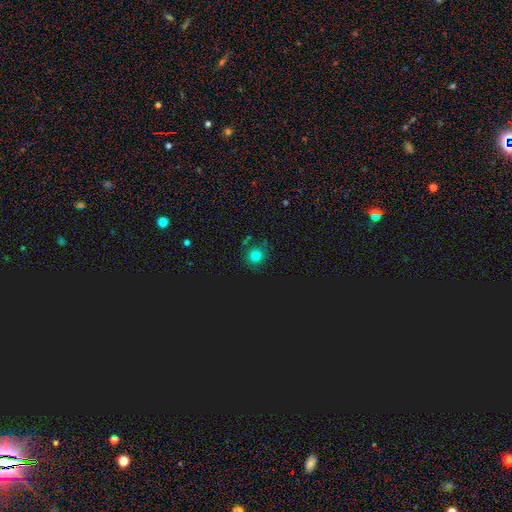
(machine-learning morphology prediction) The model was most divided on "smooth or featured": smooth: 73%, star or artifact: 20%, featured or disk: 6%. More confident: how rounded — round (90%); merging — none (79%).